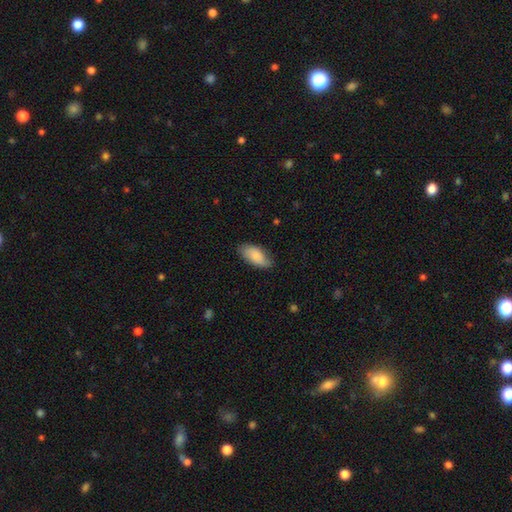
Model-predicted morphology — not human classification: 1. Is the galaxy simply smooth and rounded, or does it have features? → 82% smooth, 12% featured or disk, 6% star or artifact.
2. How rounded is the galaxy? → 91% in between, 7% cigar-shaped, 2% round.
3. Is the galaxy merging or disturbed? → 78% none, 18% minor disturbance, 3% major disturbance, 1% merger.